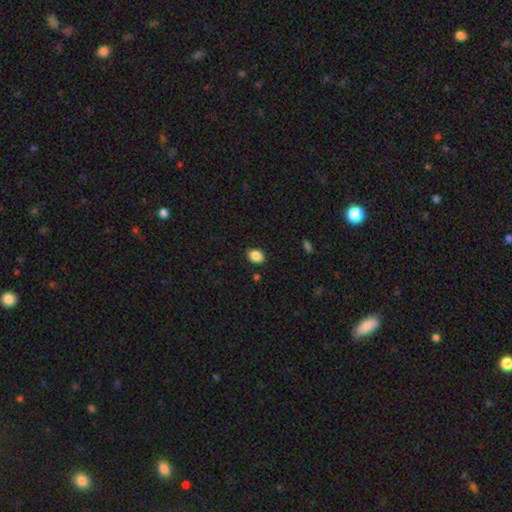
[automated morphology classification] type=smooth (88%); roundness=in between (72%); merging=none (88%).